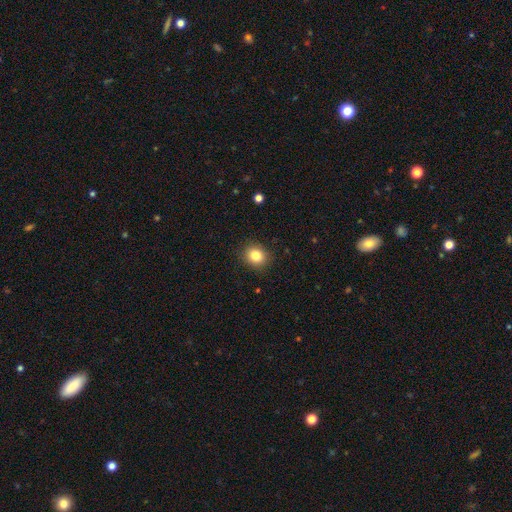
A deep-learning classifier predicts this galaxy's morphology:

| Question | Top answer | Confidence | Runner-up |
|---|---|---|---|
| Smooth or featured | smooth | 83% | star or artifact (11%) |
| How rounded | round | 76% | in between (23%) |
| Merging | none | 90% | minor disturbance (7%) |